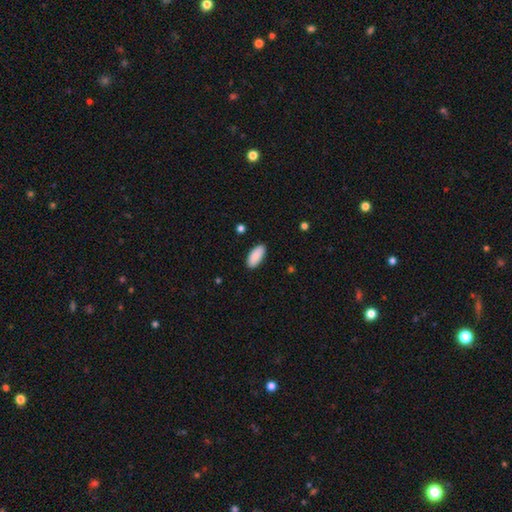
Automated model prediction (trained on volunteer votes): Smooth or featured? smooth (90%)
How rounded? in between (89%)
Merging? none (89%)